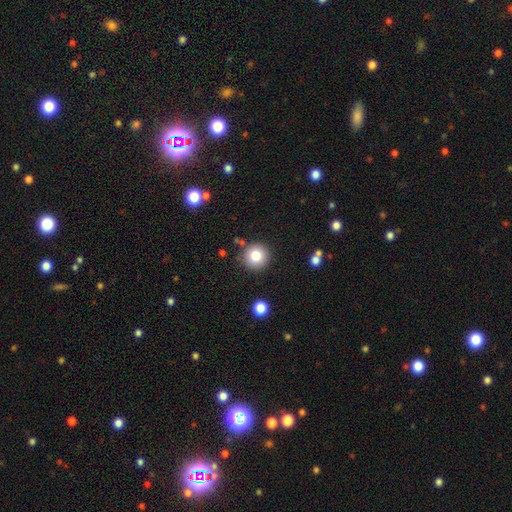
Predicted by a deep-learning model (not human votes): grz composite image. It shows a smooth galaxy with no disk features (82%) that is round (94%). Merging: none (86%).